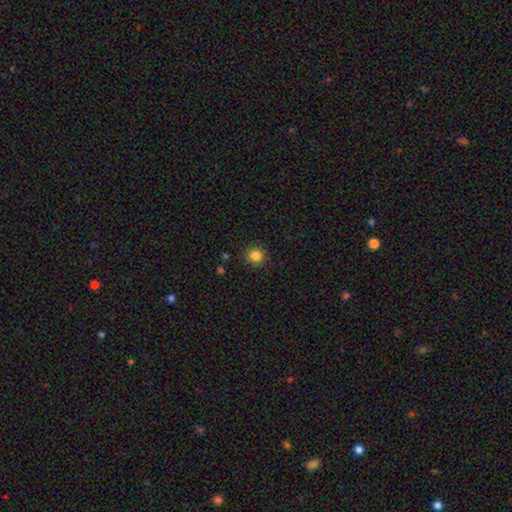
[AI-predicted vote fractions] This appears to be a smooth galaxy with no disk features (84%) that is round (93%). Merging: none (91%).